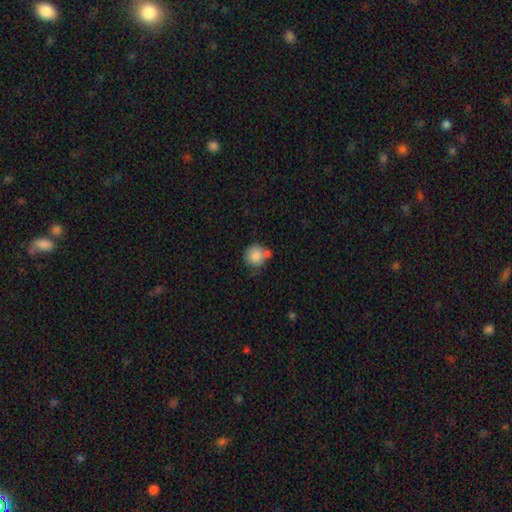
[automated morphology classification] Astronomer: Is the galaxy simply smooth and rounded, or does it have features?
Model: smooth — 85%.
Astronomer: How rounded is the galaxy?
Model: round — 90%.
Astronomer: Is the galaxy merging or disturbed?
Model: none — 55%.